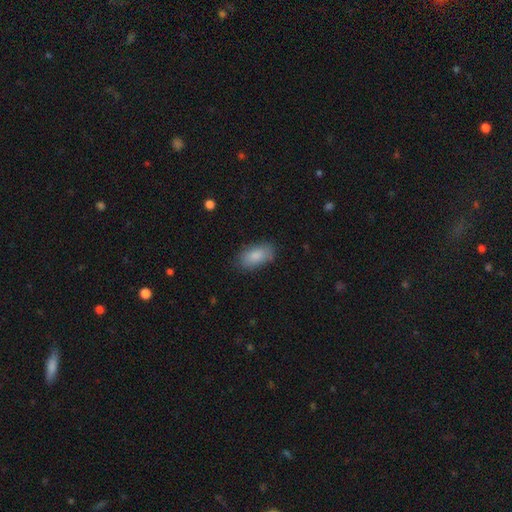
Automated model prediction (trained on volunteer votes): Q: Smooth or featured?
A: smooth (86%); runner-up: featured or disk (7%)
Q: How rounded?
A: in between (92%); runner-up: round (4%)
Q: Merging?
A: none (80%); runner-up: minor disturbance (15%)